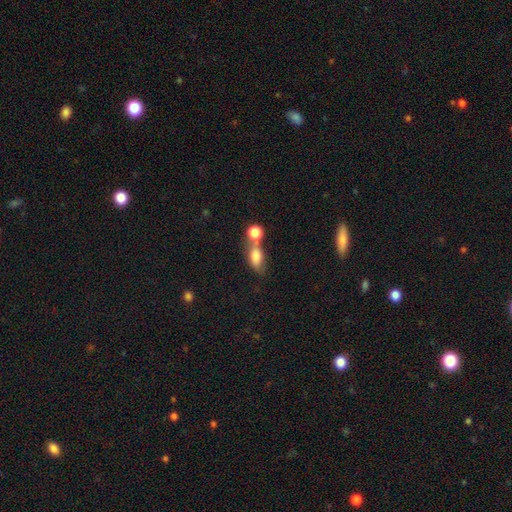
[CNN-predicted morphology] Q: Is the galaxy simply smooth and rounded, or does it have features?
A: smooth — 76%.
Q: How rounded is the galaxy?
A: in between — 74%.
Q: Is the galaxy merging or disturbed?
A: merger — 50%.